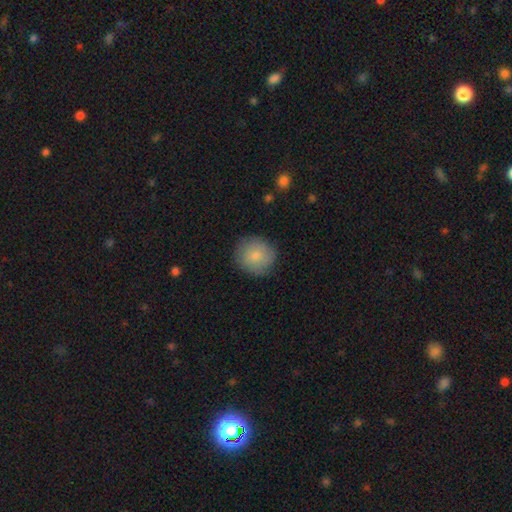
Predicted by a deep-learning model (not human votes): Smooth or featured?
  - smooth: 81% *
  - featured or disk: 12%
  - star or artifact: 7%
How rounded?
  - round: 91% *
  - in between: 8%
  - cigar-shaped: 1%
Merging?
  - none: 83% *
  - minor disturbance: 12%
  - major disturbance: 3%
  - merger: 1%